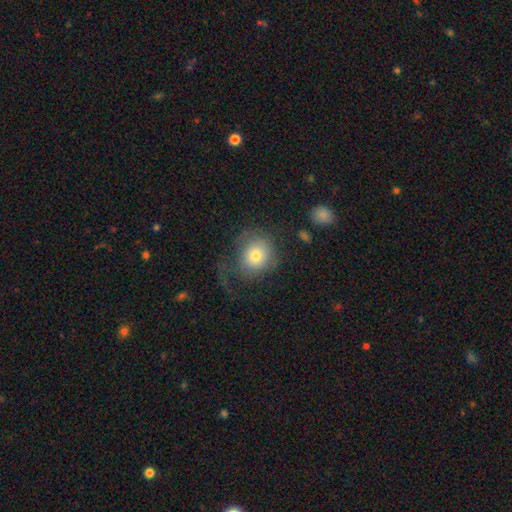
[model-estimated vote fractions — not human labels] Morphology: type=smooth (70%); roundness=round (75%); merging=none (46%).